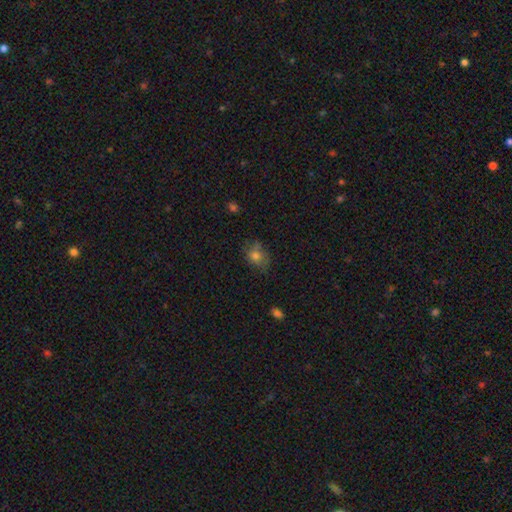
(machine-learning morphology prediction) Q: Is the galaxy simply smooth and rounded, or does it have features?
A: smooth — 75%.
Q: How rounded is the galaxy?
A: in between — 61%.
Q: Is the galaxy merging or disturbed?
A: none — 61%.